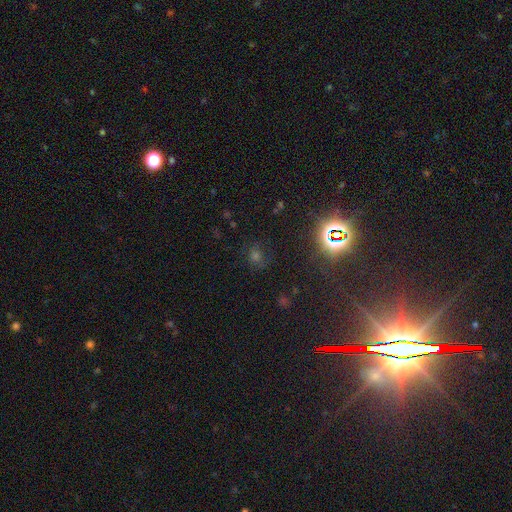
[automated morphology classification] type=star or artifact (54%).